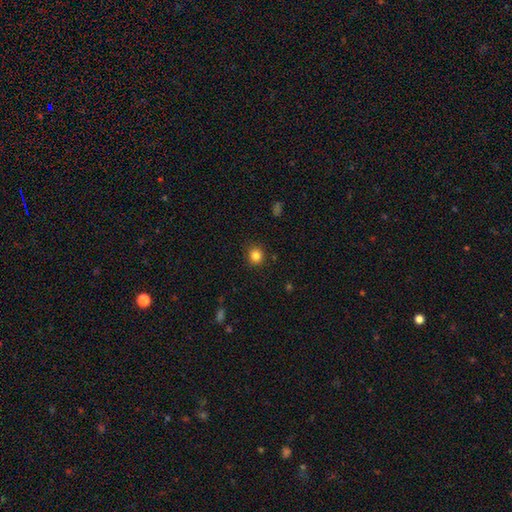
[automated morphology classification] Smooth or featured? smooth (83%)
How rounded? round (90%)
Merging? none (89%)